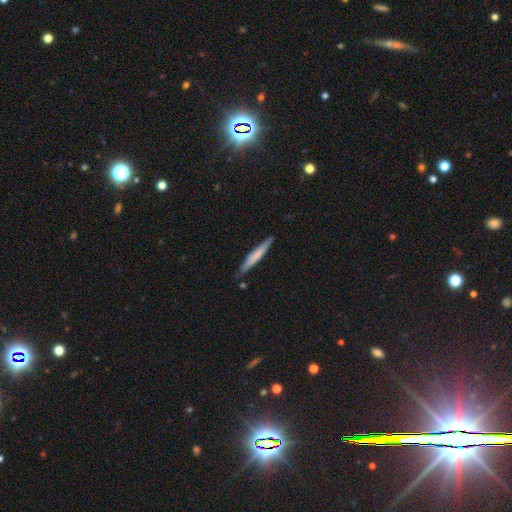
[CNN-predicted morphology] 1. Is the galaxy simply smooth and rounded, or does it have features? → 61% smooth, 33% featured or disk, 5% star or artifact.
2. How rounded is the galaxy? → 95% cigar-shaped, 4% in between, 1% round.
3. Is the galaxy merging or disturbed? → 85% none, 11% minor disturbance, 2% merger, 2% major disturbance.